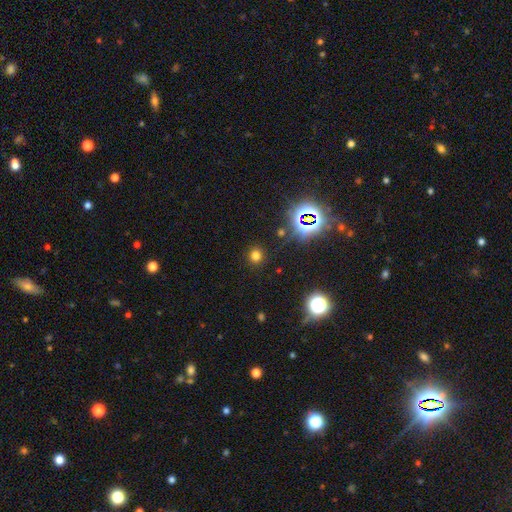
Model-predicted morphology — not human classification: A smooth galaxy with no disk features (70%) that is round (87%). Merging: none (89%).